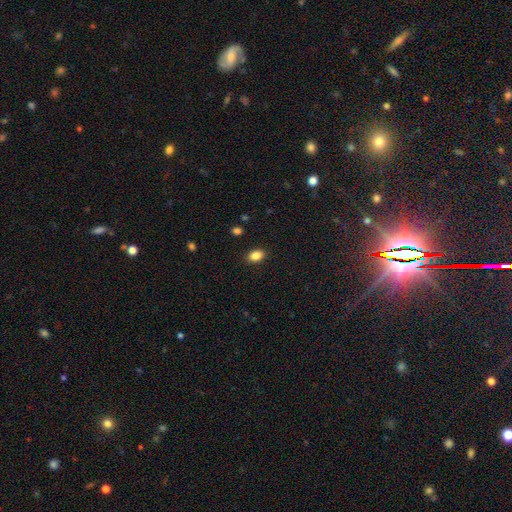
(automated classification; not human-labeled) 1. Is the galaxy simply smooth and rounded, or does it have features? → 86% smooth, 9% star or artifact, 5% featured or disk.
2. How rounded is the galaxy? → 86% in between, 13% round, 2% cigar-shaped.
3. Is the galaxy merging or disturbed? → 89% none, 8% minor disturbance, 2% major disturbance, 1% merger.